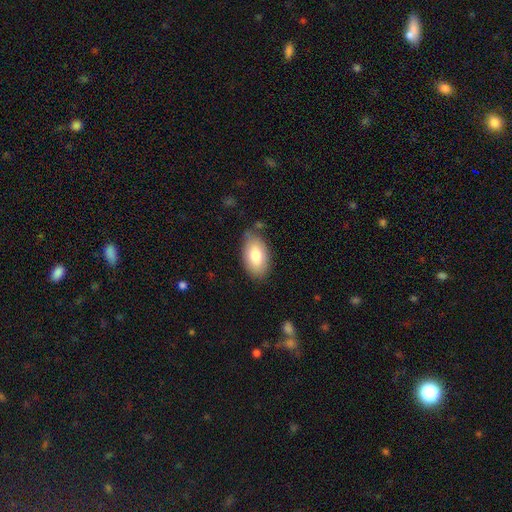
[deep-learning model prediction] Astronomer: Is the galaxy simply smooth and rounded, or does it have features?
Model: smooth — 79%.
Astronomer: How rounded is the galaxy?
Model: in between — 94%.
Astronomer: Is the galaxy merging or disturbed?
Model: none — 77%.